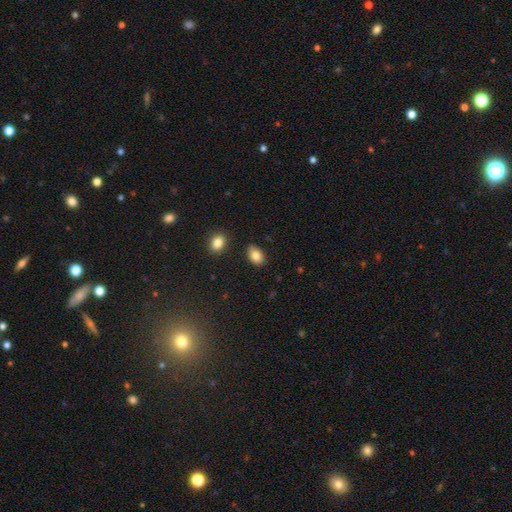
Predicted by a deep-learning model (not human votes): The model was most divided on "merging": none: 79%, minor disturbance: 16%, major disturbance: 3%, merger: 3%. More confident: smooth or featured — smooth (84%); how rounded — in between (83%).